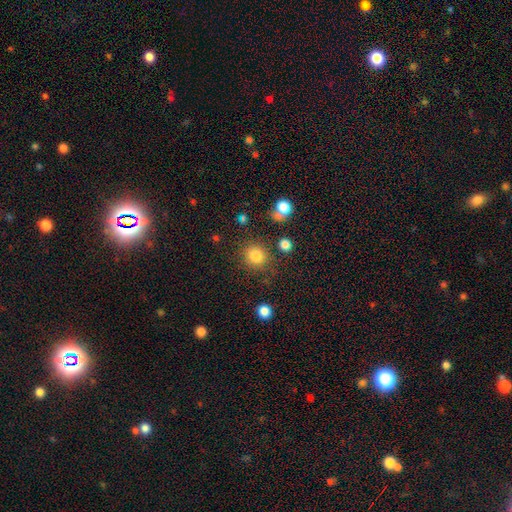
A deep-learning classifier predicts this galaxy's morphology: smooth_or_featured: smooth (p=0.83) [alt: star or artifact p=0.12]
how_rounded: round (p=0.88) [alt: in between p=0.11]
merging: none (p=0.82) [alt: minor disturbance p=0.09]